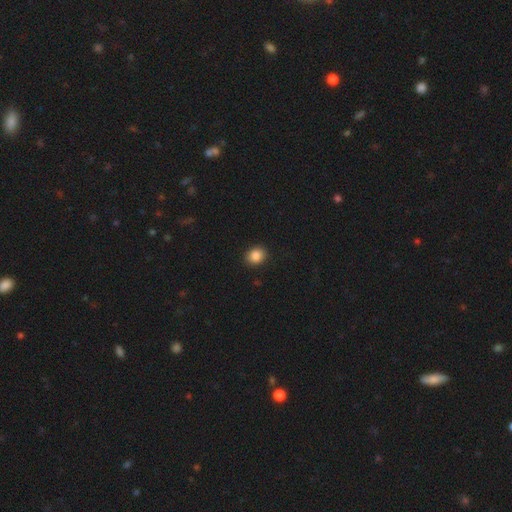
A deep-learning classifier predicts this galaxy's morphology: Smooth or featured? Predicted: smooth (p=0.86). How rounded? Predicted: round (p=0.67). Merging? Predicted: none (p=0.90).